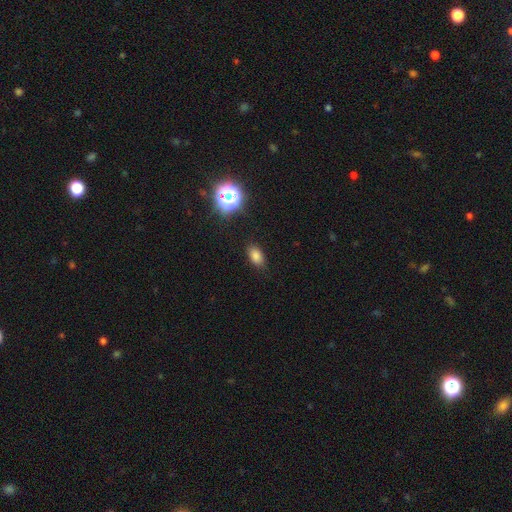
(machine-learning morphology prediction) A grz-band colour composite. It shows a smooth galaxy with no disk features (79%) that is in between round and cigar-shaped (87%). Merging: none (85%).